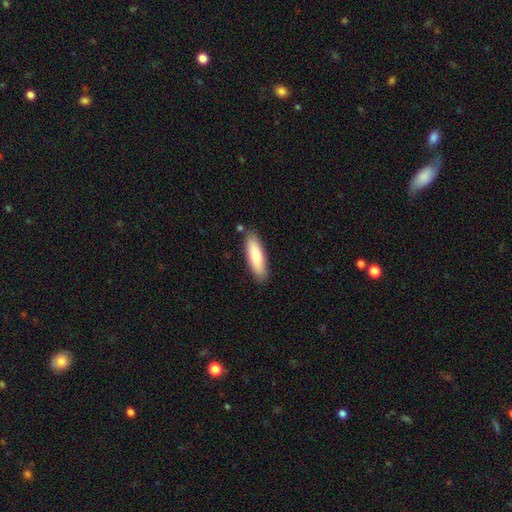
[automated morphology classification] Smooth or featured? Predicted: smooth (p=0.81). How rounded? Predicted: cigar-shaped (p=0.54). Merging? Predicted: none (p=0.83).